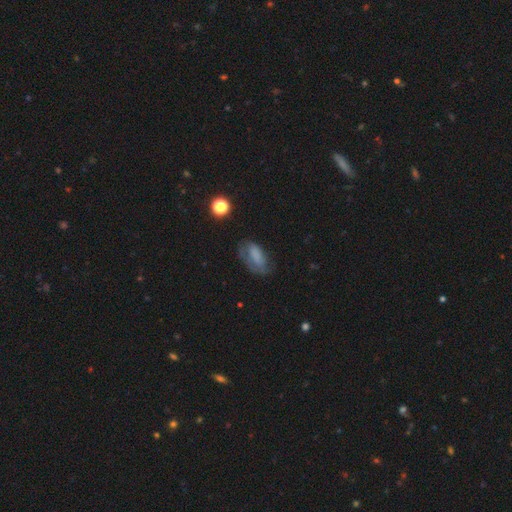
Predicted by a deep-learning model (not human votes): The model was most divided on "merging": none: 46%, minor disturbance: 30%, major disturbance: 21%, merger: 2%. More confident: how rounded — in between (87%); smooth or featured — smooth (61%).